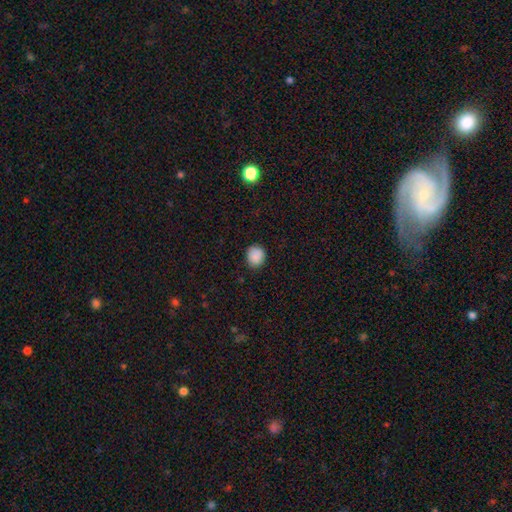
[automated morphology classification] The model was most divided on "how rounded": round: 74%, in between: 25%, cigar-shaped: 1%. More confident: smooth or featured — smooth (88%); merging — none (85%).